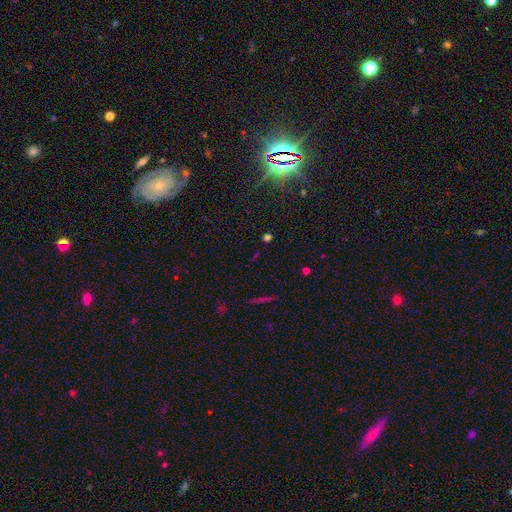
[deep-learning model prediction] The model was most divided on "smooth or featured": star or artifact: 56%, smooth: 32%, featured or disk: 12%.